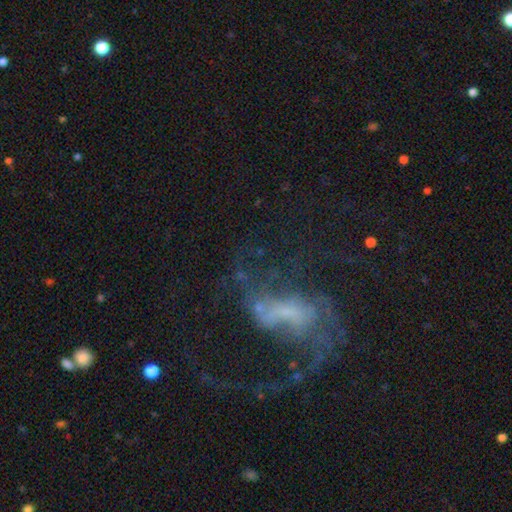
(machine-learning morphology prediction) featured or disk 77%, star or artifact 14%, smooth 9%. Down the decision tree: edge-on disk — no (96%); bar — weak (44%); spiral arms — yes (84%); spiral arm count — 2 (53%); spiral winding — loose (58%); bulge size — small (37%); merging — none (43%).